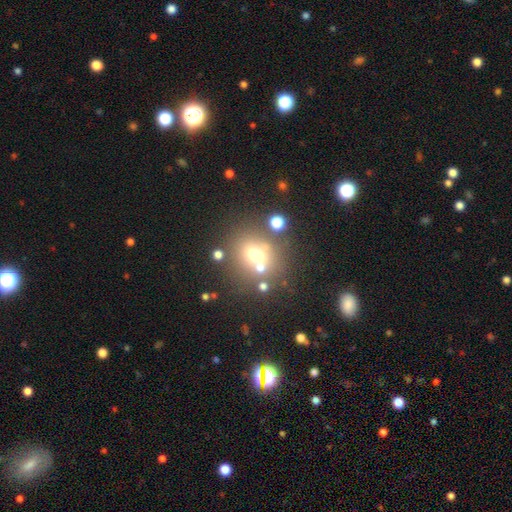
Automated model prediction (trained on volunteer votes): A smooth galaxy with no disk features (60%) that is round (73%). Merging: none (61%).